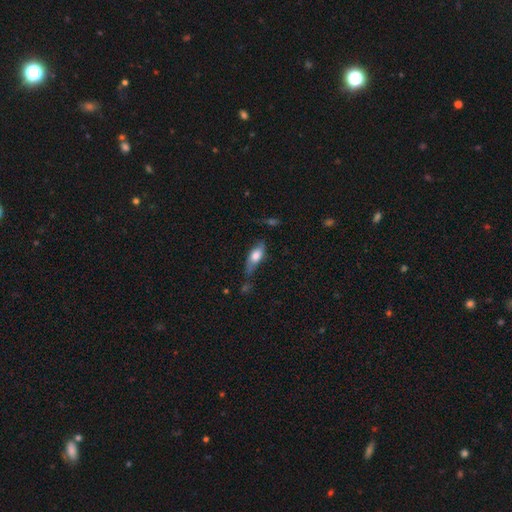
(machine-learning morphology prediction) A smooth galaxy with no disk features (67%) that is in between round and cigar-shaped (74%).

Vote fractions:
- Smooth or featured? smooth: 67% / featured or disk: 27% / star or artifact: 6%
- How rounded? in between: 74% / cigar-shaped: 22% / round: 4%
- Merging? none: 50% / minor disturbance: 32% / major disturbance: 12% / merger: 6%